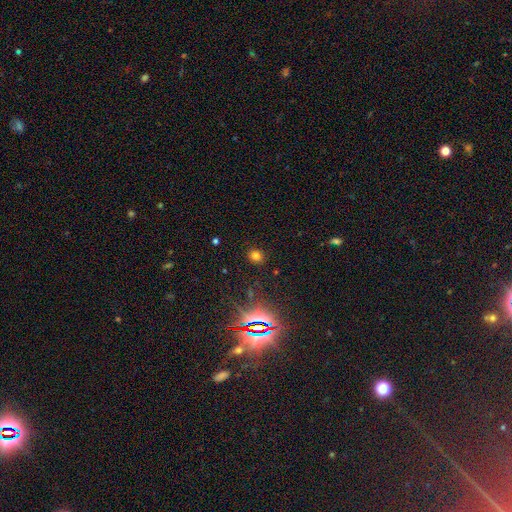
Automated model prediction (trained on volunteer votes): A smooth galaxy with no disk features (71%) that is round (73%). Merging: none (88%).